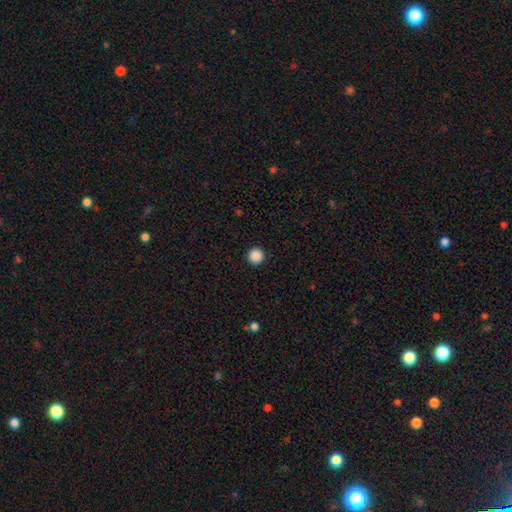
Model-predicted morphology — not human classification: Smooth or featured? Predicted: smooth (p=0.88). How rounded? Predicted: round (p=0.96). Merging? Predicted: none (p=0.93).